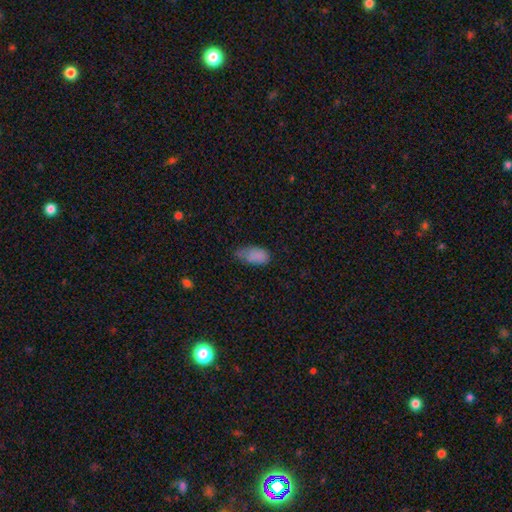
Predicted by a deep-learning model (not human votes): This appears to be a smooth galaxy with no disk features (84%) that is in between round and cigar-shaped (93%). Merging: minor disturbance (44%).